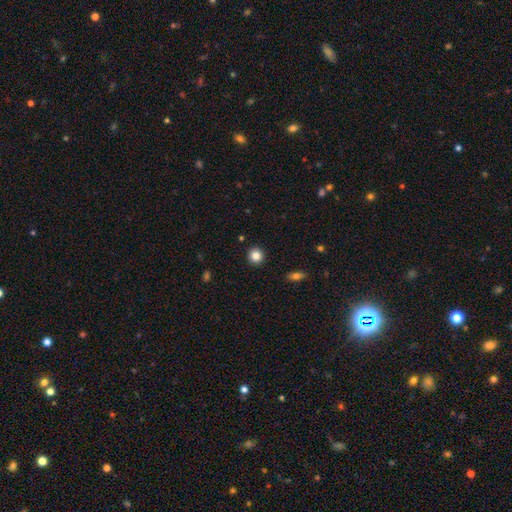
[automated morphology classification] A smooth galaxy with no disk features (84%) that is round (93%).

Vote fractions:
- Smooth or featured? smooth: 84% / star or artifact: 10% / featured or disk: 5%
- How rounded? round: 93% / in between: 6% / cigar-shaped: 1%
- Merging? none: 93% / minor disturbance: 5% / major disturbance: 2% / merger: 1%